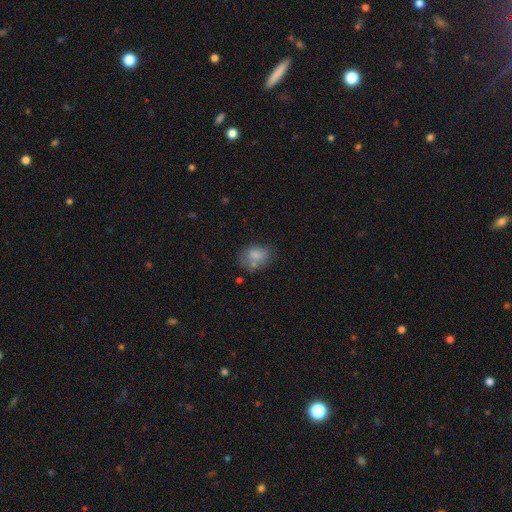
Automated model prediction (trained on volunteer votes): Q: Smooth or featured?
A: smooth (76%); runner-up: featured or disk (14%)
Q: How rounded?
A: in between (67%); runner-up: round (31%)
Q: Merging?
A: none (51%); runner-up: minor disturbance (23%)